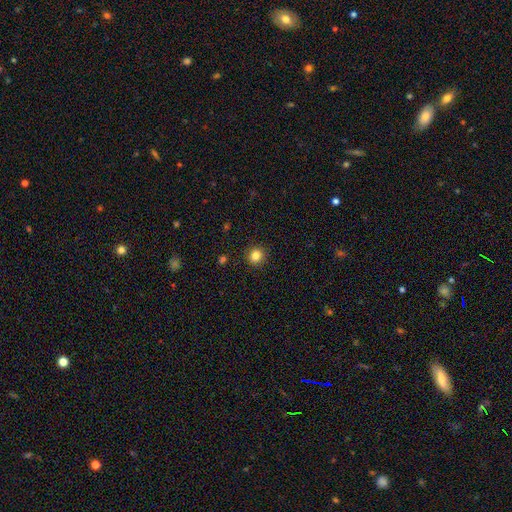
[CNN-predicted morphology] Smooth or featured? Predicted: smooth (p=0.83). How rounded? Predicted: round (p=0.90). Merging? Predicted: none (p=0.92).